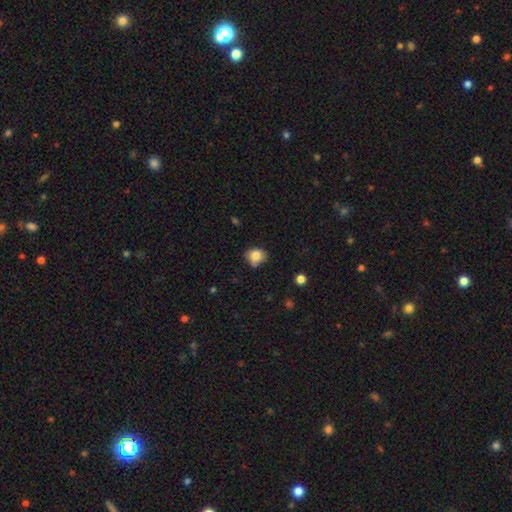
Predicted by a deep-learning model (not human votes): Smooth or featured? Predicted: smooth (p=0.79). How rounded? Predicted: round (p=0.65). Merging? Predicted: none (p=0.56).